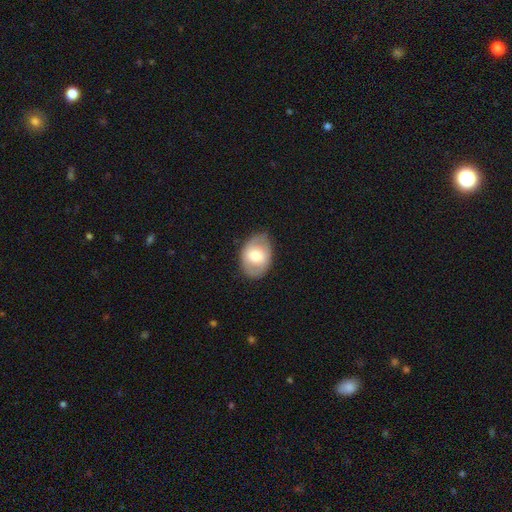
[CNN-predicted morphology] smooth 59%, featured or disk 34%, star or artifact 6%. Down the decision tree: how rounded — in between (79%); merging — none (76%).